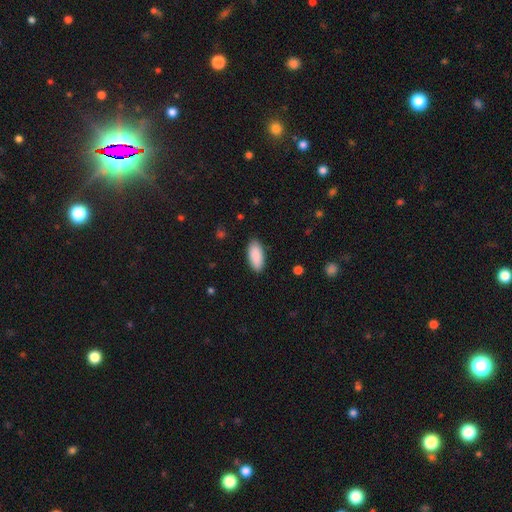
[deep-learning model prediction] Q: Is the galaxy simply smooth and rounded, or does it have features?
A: smooth — 90%.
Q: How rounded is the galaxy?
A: in between — 91%.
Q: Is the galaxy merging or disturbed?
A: none — 88%.